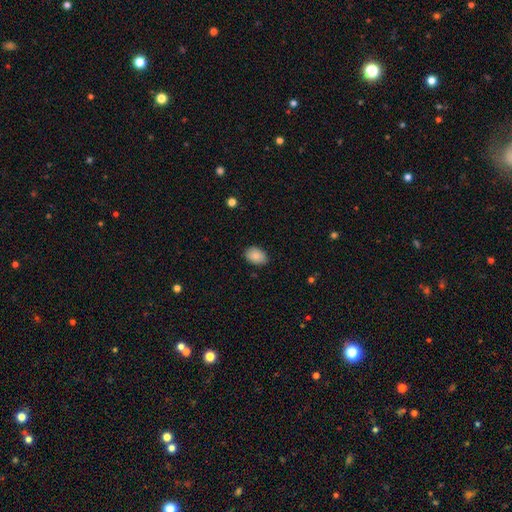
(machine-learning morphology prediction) This is clearly a smooth galaxy (84%). How rounded: clearly in between (82%). Merging: clearly none (84%).